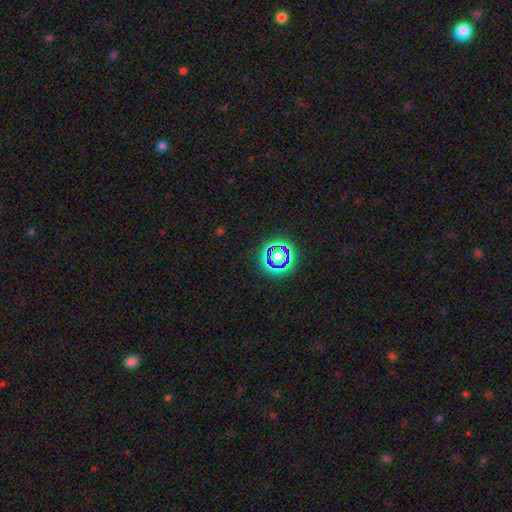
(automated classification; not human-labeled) This is likely a star or artifact rather than a galaxy (65%).